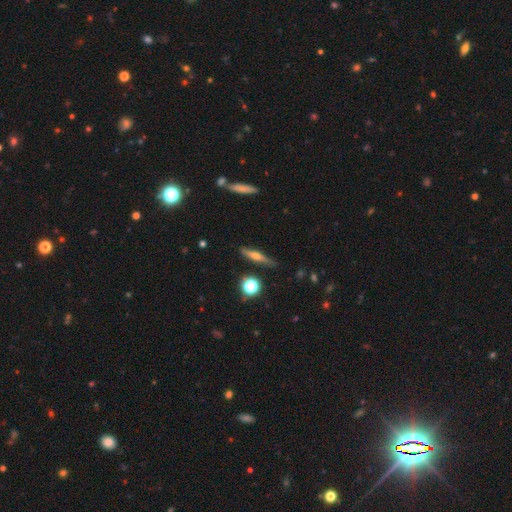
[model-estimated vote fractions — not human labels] This appears to be a featured or disk galaxy (52%) viewed edge-on (92%). Merging: none (83%).